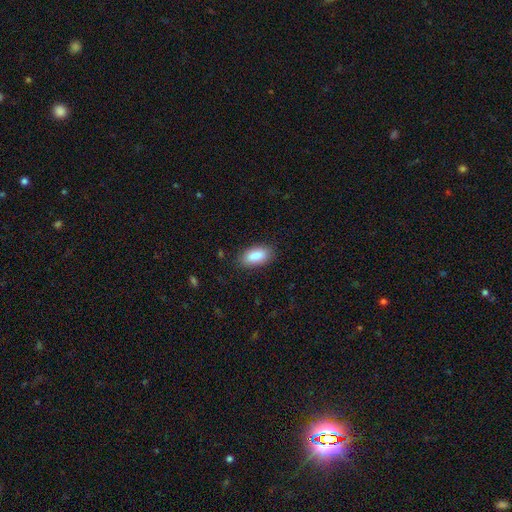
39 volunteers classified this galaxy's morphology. smooth-or-featured: smooth: 85% | featured or disk: 8% | star or artifact: 8%
  how-rounded: in between: 94% | cigar-shaped: 6% | round: 0%
  merging: none: 94% | minor disturbance: 6% | major disturbance: 0% | merger: 0%